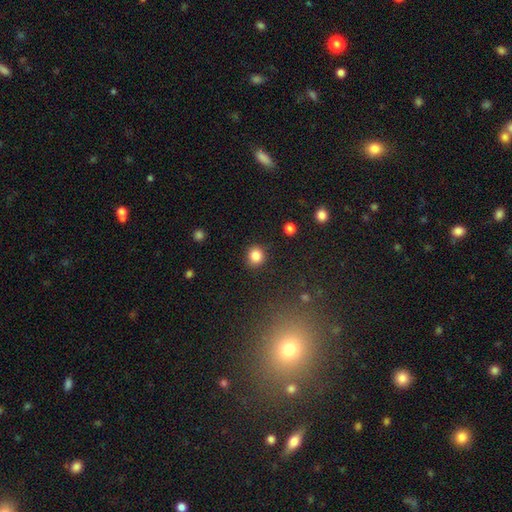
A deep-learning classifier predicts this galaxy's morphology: Smooth or featured?
  - smooth: 85% *
  - star or artifact: 11%
  - featured or disk: 4%
How rounded?
  - round: 86% *
  - in between: 13%
  - cigar-shaped: 1%
Merging?
  - none: 89% *
  - minor disturbance: 7%
  - major disturbance: 2%
  - merger: 2%